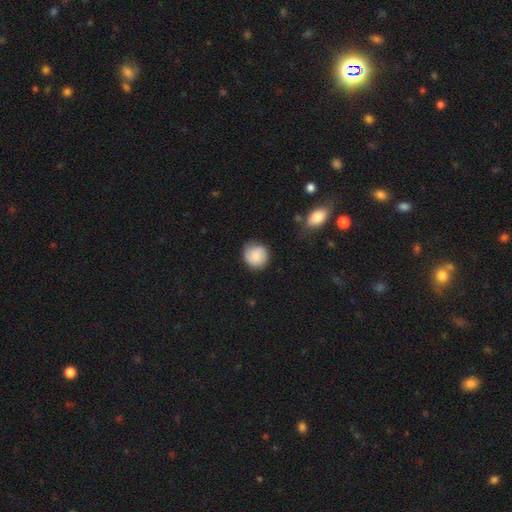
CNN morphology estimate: type=smooth (78%); roundness=round (90%); merging=none (76%).